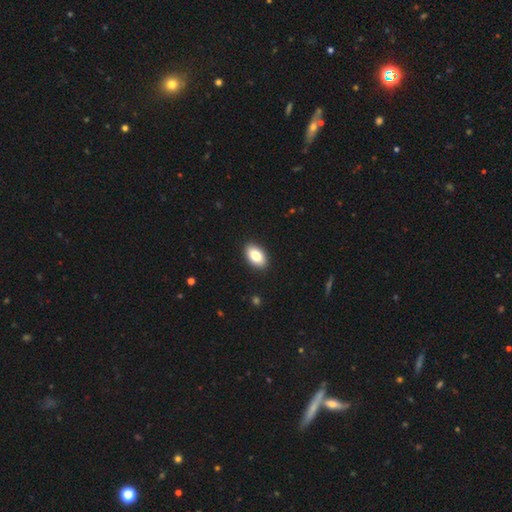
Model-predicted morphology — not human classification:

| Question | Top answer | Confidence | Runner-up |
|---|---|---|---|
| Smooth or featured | smooth | 81% | featured or disk (11%) |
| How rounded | in between | 92% | round (6%) |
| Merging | none | 91% | minor disturbance (6%) |